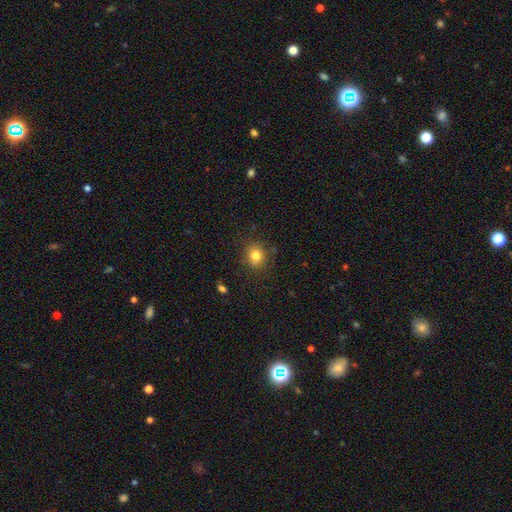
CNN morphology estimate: smooth 81%, star or artifact 12%, featured or disk 7%. Down the decision tree: how rounded — round (76%); merging — none (84%).